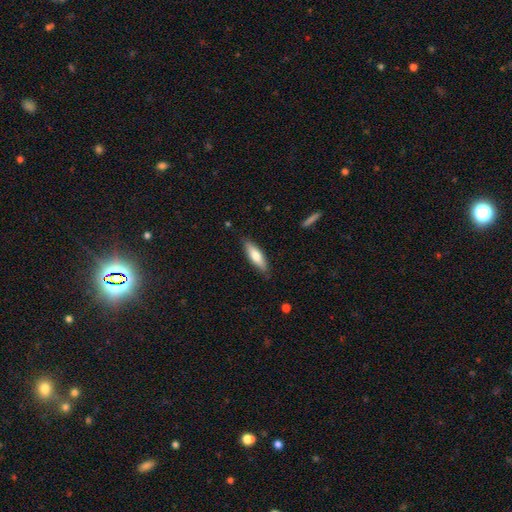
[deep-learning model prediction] Smooth or featured?
  - smooth: 68% *
  - featured or disk: 27%
  - star or artifact: 5%
How rounded?
  - cigar-shaped: 58% *
  - in between: 40%
  - round: 2%
Merging?
  - none: 85% *
  - minor disturbance: 12%
  - major disturbance: 2%
  - merger: 1%